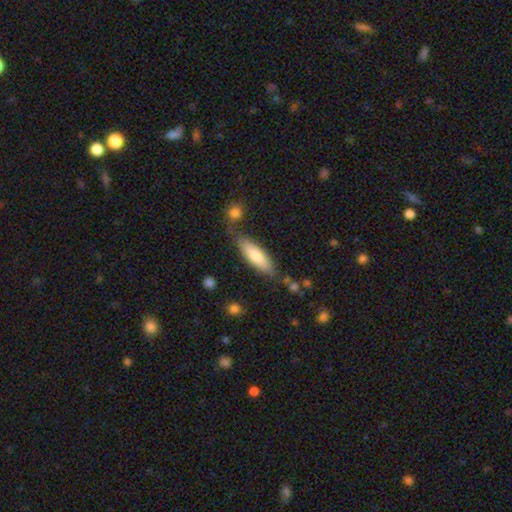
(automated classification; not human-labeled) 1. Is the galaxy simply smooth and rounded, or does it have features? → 71% smooth, 23% featured or disk, 6% star or artifact.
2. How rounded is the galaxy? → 53% cigar-shaped, 46% in between, 2% round.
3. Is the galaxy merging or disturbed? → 71% none, 16% minor disturbance, 9% merger, 4% major disturbance.